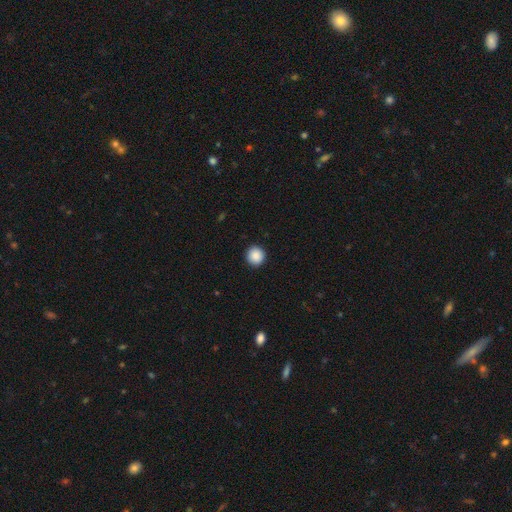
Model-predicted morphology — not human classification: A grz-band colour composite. It shows a smooth galaxy with no disk features (89%) that is round (93%). Merging: none (92%).